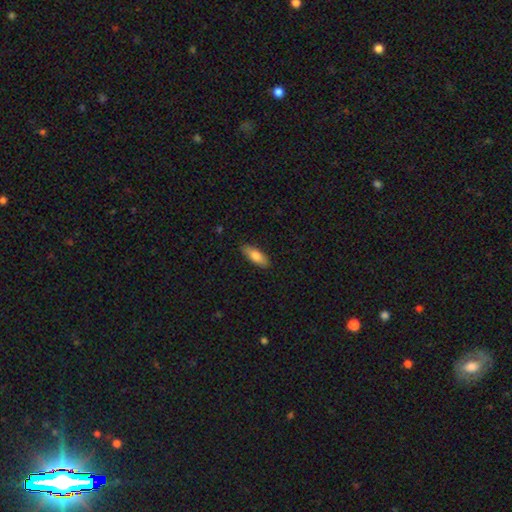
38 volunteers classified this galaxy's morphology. A smooth galaxy with no disk features (84%) that is in between round and cigar-shaped (47%, tied with cigar-shaped). Merging: none (72%).